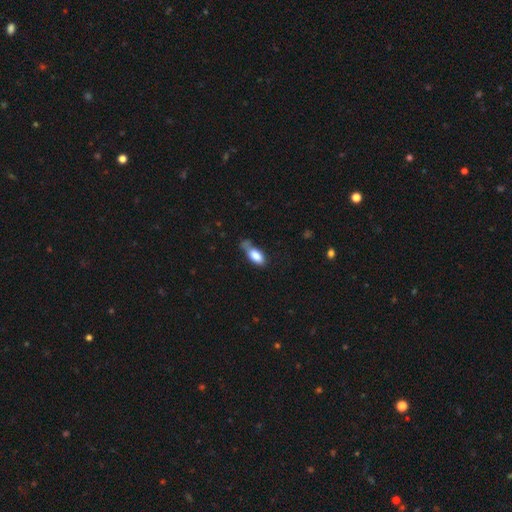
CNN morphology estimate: Smooth or featured: smooth — 81% (featured or disk — 12%)
How rounded: in between — 83% (cigar-shaped — 14%)
Merging: minor disturbance — 36% (tied with none — 36%)